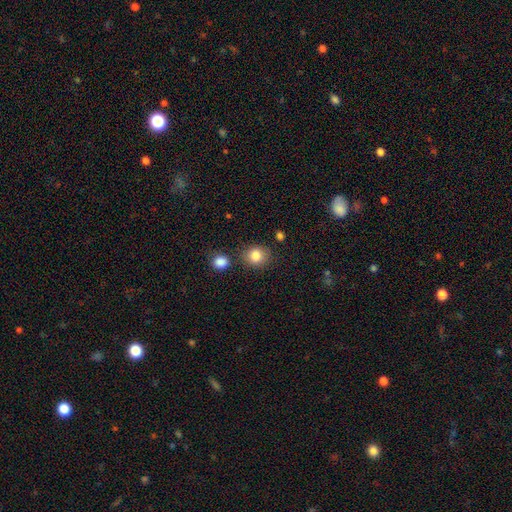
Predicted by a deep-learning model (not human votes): The model was most divided on "how rounded": round: 74%, in between: 25%, cigar-shaped: 1%. More confident: smooth or featured — smooth (84%); merging — none (77%).